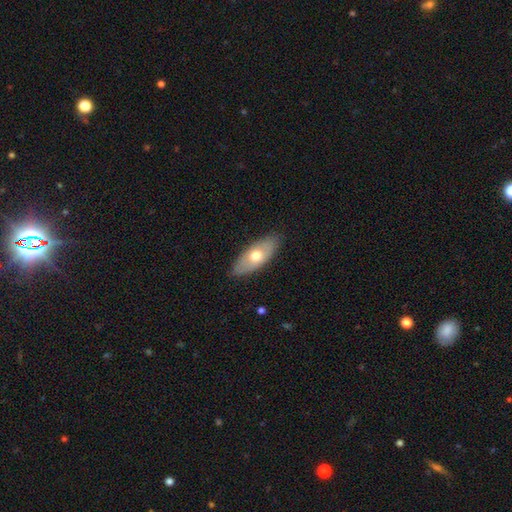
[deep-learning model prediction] Smooth or featured? Predicted: smooth (p=0.59). How rounded? Predicted: in between (p=0.83). Merging? Predicted: none (p=0.84).